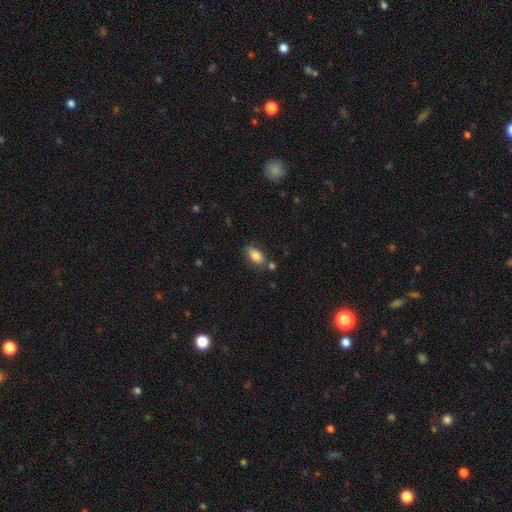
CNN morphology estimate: A smooth galaxy with no disk features (84%) that is in between round and cigar-shaped (91%).

Vote fractions:
- Smooth or featured? smooth: 84% / featured or disk: 8% / star or artifact: 8%
- How rounded? in between: 91% / cigar-shaped: 5% / round: 4%
- Merging? none: 74% / minor disturbance: 14% / merger: 8% / major disturbance: 3%